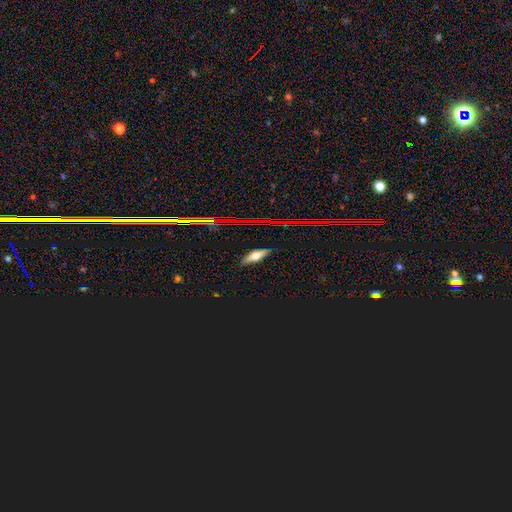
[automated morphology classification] Smooth or featured? Predicted: smooth (p=0.52). How rounded? Predicted: in between (p=0.61). Merging? Predicted: none (p=0.84).